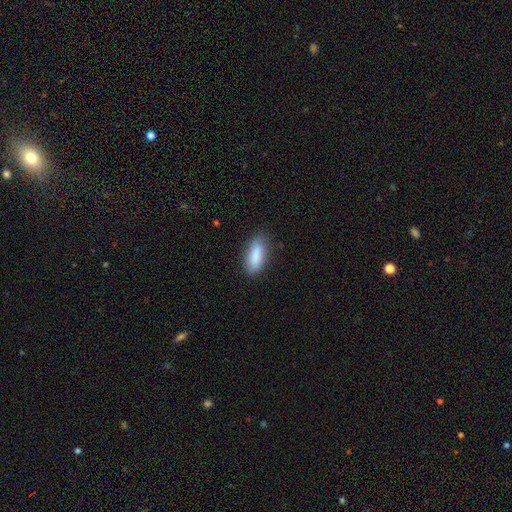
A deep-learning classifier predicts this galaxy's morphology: Overall: smooth (87%). How rounded: in between (77%). Merging: none (81%).